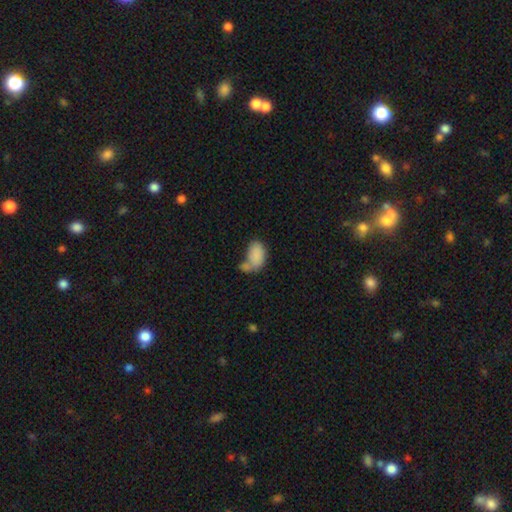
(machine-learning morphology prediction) Smooth or featured: smooth — 83% (featured or disk — 9%)
How rounded: in between — 92% (round — 7%)
Merging: merger — 34% (none — 33%)